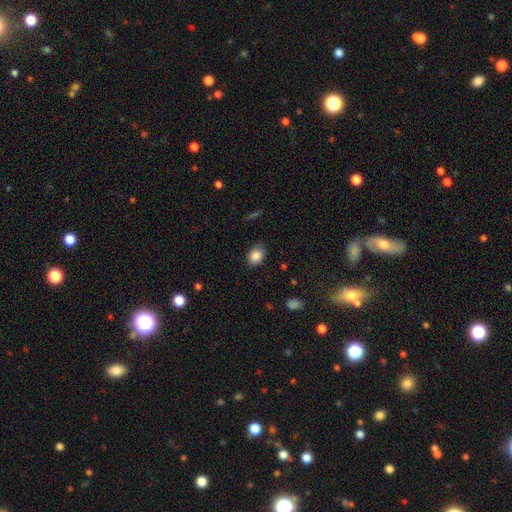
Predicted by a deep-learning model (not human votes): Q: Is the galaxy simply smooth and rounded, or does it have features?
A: smooth — 86%.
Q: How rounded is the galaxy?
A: in between — 71%.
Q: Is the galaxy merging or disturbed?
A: none — 78%.